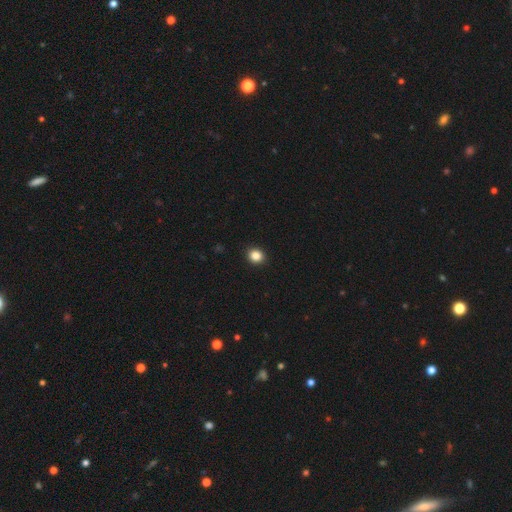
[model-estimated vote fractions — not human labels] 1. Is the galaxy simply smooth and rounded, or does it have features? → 86% smooth, 10% star or artifact, 4% featured or disk.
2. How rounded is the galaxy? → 77% round, 22% in between, 1% cigar-shaped.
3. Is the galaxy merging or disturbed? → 92% none, 5% minor disturbance, 2% major disturbance, 1% merger.